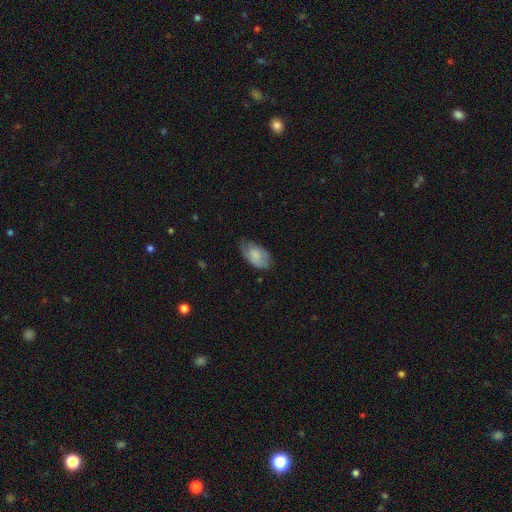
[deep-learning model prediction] Smooth or featured? Predicted: smooth (p=0.75). How rounded? Predicted: in between (p=0.94). Merging? Predicted: none (p=0.58).